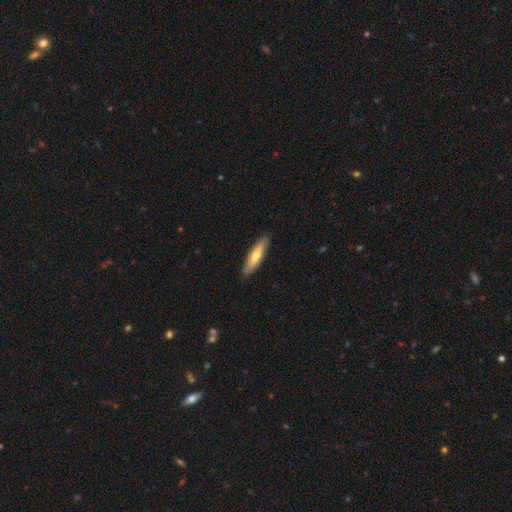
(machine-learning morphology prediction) Overall: smooth (59%; featured or disk 35%). How rounded: cigar-shaped (74%). Merging: none (88%).